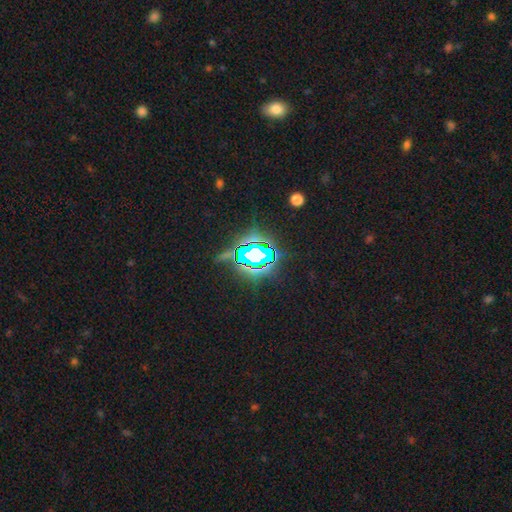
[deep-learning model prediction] Smooth or featured?
  - star or artifact: 73% *
  - smooth: 15%
  - featured or disk: 12%